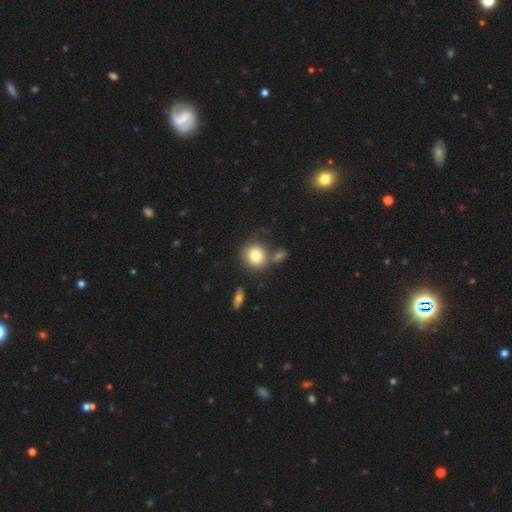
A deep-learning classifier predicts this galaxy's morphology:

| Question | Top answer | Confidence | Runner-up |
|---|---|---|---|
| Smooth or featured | smooth | 80% | featured or disk (10%) |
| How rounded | round | 85% | in between (14%) |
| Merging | none | 69% | merger (16%) |